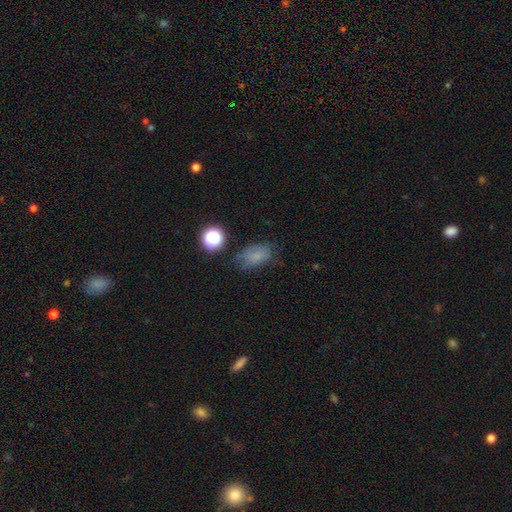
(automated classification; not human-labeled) This is likely a smooth galaxy (68%). How rounded: clearly in between (81%). Merging: likely none (60%).